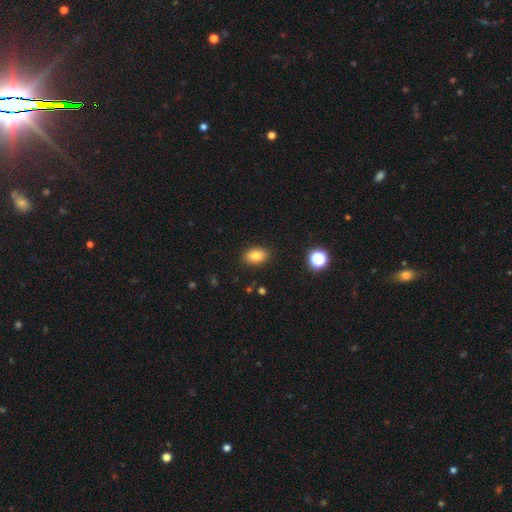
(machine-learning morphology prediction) This is clearly a smooth galaxy (83%). How rounded: clearly in between (86%). Merging: clearly none (89%).